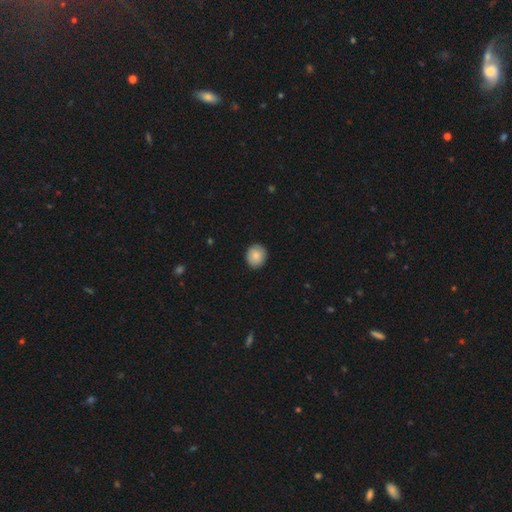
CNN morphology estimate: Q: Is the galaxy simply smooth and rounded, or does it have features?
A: smooth — 84%.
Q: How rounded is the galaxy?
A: round — 82%.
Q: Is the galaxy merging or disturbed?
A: none — 89%.